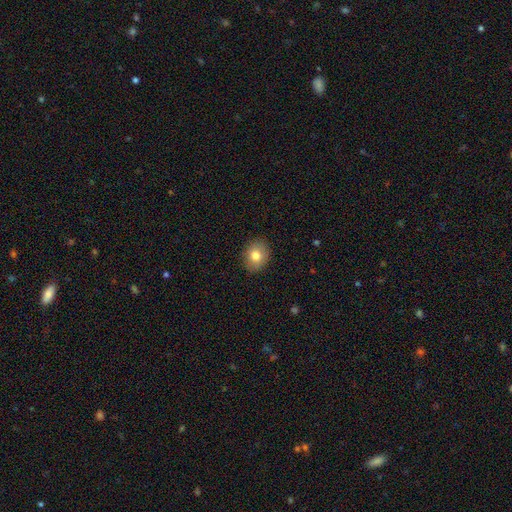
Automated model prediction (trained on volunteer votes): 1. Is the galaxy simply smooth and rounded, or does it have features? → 79% smooth, 12% featured or disk, 9% star or artifact.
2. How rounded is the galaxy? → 50% in between, 49% round, 1% cigar-shaped.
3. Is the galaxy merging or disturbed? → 89% none, 8% minor disturbance, 2% major disturbance, 1% merger.